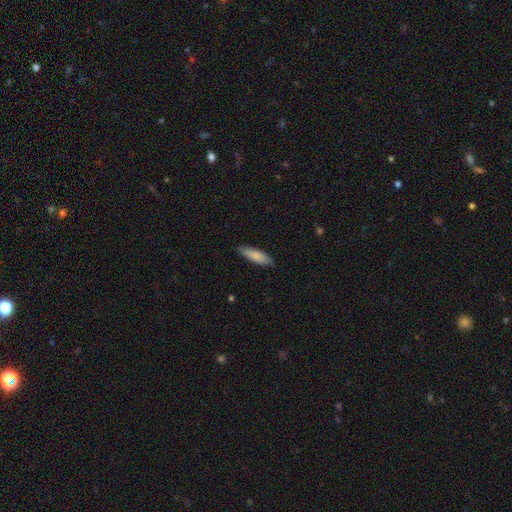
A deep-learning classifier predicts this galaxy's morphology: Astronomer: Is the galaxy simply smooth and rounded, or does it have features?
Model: smooth — 83%.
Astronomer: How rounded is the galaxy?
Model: cigar-shaped — 63%.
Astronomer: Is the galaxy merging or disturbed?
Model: none — 85%.